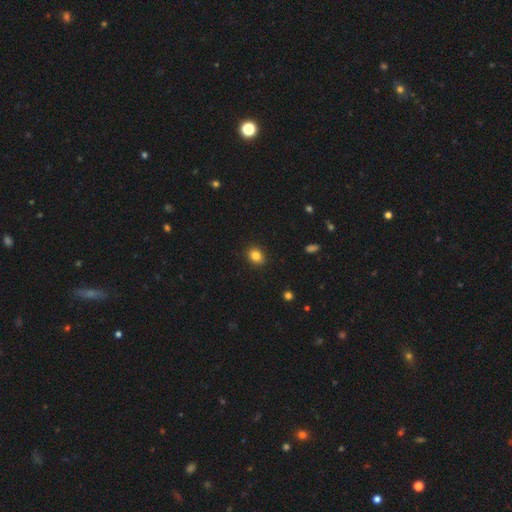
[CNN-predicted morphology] Smooth or featured?
  - smooth: 84% *
  - star or artifact: 10%
  - featured or disk: 6%
How rounded?
  - round: 50% *
  - in between: 49%
  - cigar-shaped: 1%
Merging?
  - none: 89% *
  - minor disturbance: 8%
  - major disturbance: 2%
  - merger: 1%